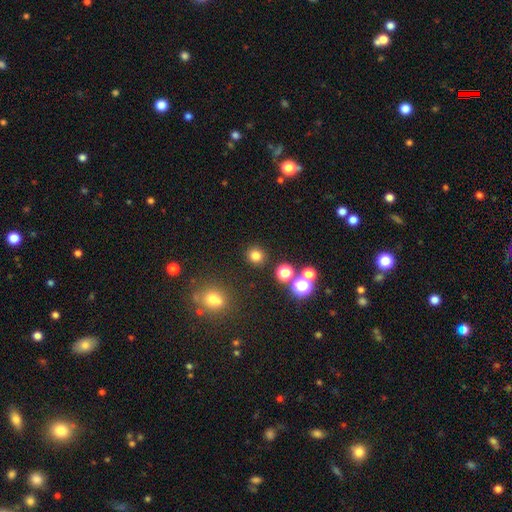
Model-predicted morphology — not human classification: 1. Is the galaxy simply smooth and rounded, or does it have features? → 78% smooth, 17% star or artifact, 5% featured or disk.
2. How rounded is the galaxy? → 90% round, 9% in between, 1% cigar-shaped.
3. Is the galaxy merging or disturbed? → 88% none, 6% minor disturbance, 3% merger, 3% major disturbance.